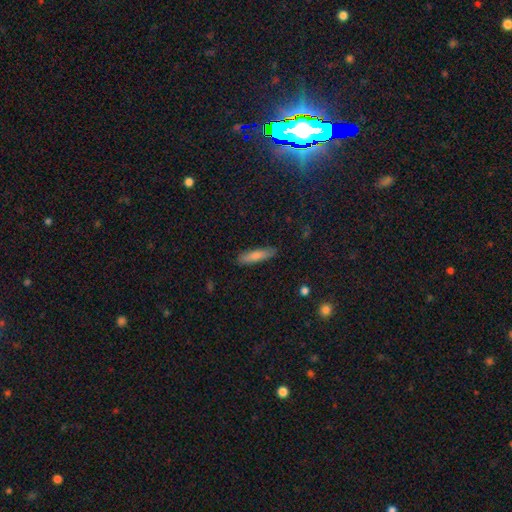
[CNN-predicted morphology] smooth_or_featured: smooth (p=0.78) [alt: featured or disk p=0.15]
how_rounded: cigar-shaped (p=0.74) [alt: in between p=0.24]
merging: none (p=0.86) [alt: minor disturbance p=0.11]